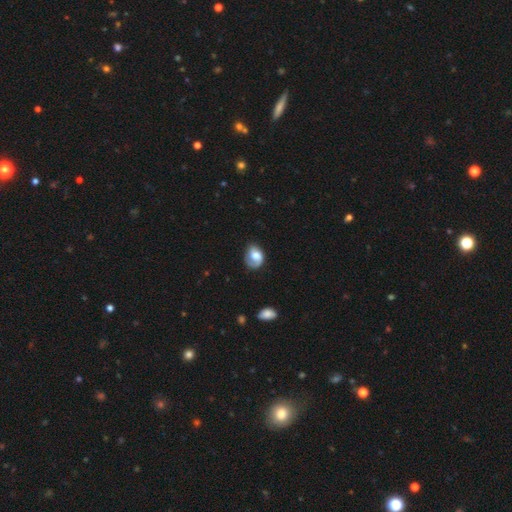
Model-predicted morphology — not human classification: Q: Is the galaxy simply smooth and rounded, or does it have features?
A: smooth — 49%.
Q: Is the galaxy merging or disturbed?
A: none — 48%.